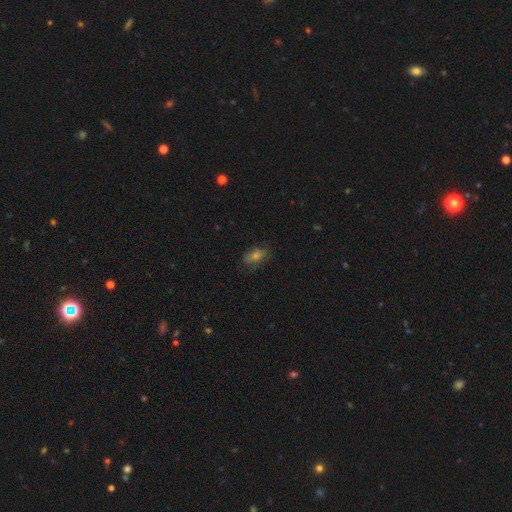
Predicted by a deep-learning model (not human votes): Smooth or featured: smooth — 55% (featured or disk — 24%)
How rounded: in between — 79% (round — 13%)
Merging: none — 75% (minor disturbance — 18%)